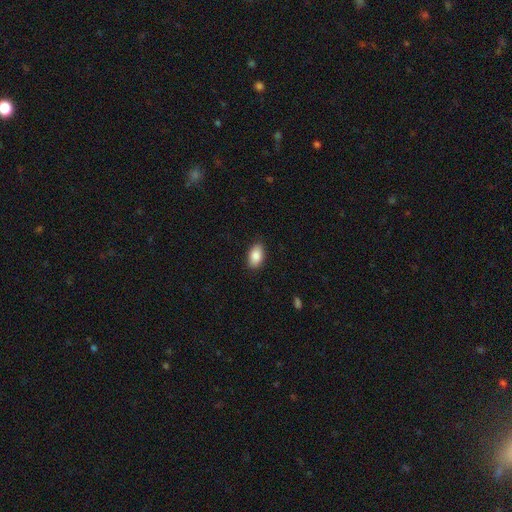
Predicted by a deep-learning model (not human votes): Smooth or featured: smooth — 88% (star or artifact — 7%)
How rounded: in between — 93% (round — 5%)
Merging: none — 88% (minor disturbance — 9%)